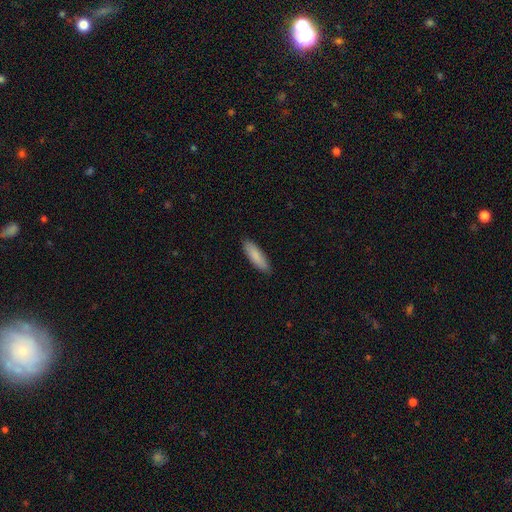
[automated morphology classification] Smooth or featured: smooth — 86% (featured or disk — 9%)
How rounded: cigar-shaped — 59% (in between — 40%)
Merging: none — 89% (minor disturbance — 9%)